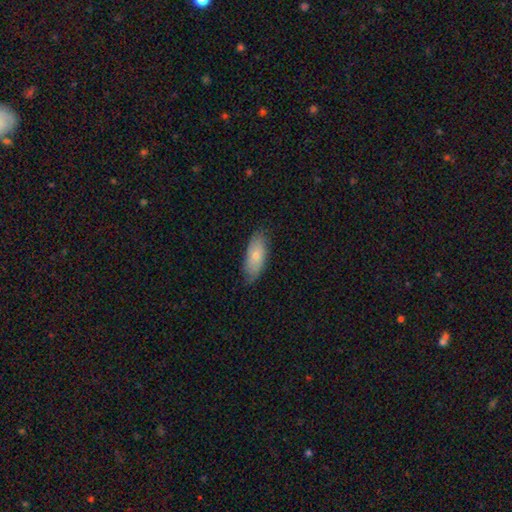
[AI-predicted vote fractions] Smooth or featured? Predicted: smooth (p=0.72). How rounded? Predicted: in between (p=0.82). Merging? Predicted: none (p=0.78).